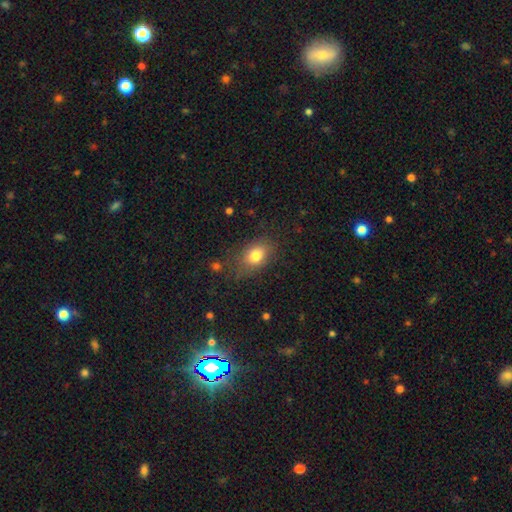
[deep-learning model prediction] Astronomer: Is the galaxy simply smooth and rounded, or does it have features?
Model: smooth — 80%.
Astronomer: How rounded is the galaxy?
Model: in between — 72%.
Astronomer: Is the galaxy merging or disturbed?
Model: none — 73%.